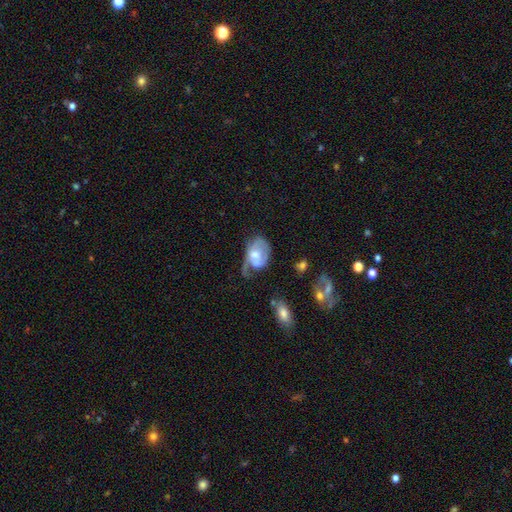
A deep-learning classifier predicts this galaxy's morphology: Overall: featured or disk (58%; smooth 36%). Edge-on disk: no (96%). Bar: no (71%). Spiral arms: yes (68%; no 32%). Bulge size: moderate (57%; small 27%). Merging: major disturbance (37%; minor disturbance 30%).